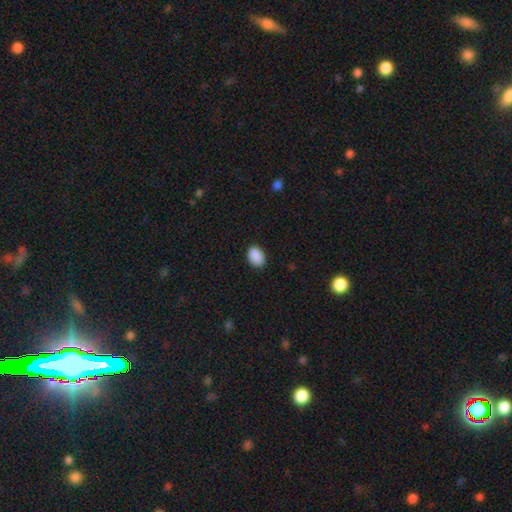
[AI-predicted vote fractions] smooth-or-featured: smooth: 90% | star or artifact: 8% | featured or disk: 2%
  how-rounded: in between: 79% | round: 20% | cigar-shaped: 1%
  merging: none: 87% | minor disturbance: 10% | major disturbance: 2% | merger: 1%